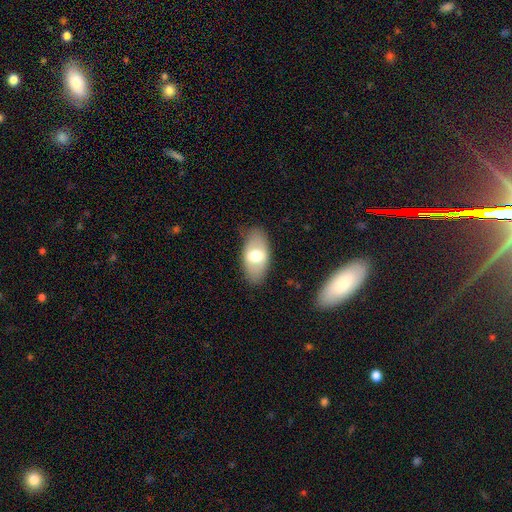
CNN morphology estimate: type=smooth (58%); roundness=in between (93%); merging=none (80%).